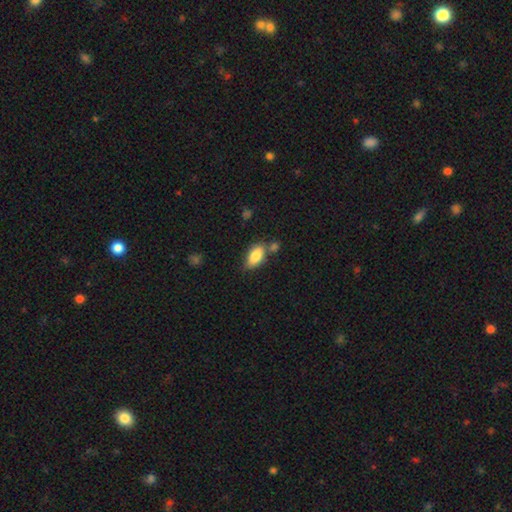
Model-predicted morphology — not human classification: Smooth or featured? Predicted: smooth (p=0.84). How rounded? Predicted: in between (p=0.91). Merging? Predicted: none (p=0.60).